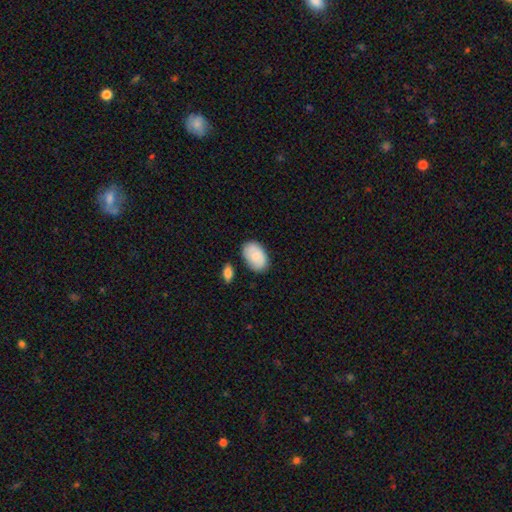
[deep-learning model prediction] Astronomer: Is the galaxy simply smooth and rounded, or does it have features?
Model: smooth — 85%.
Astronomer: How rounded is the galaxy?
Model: in between — 93%.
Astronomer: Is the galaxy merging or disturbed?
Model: none — 76%.